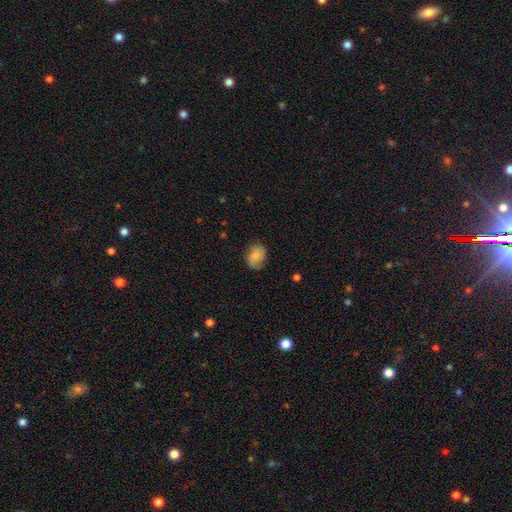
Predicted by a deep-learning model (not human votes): A smooth galaxy with no disk features (72%) that is in between round and cigar-shaped (60%).

Vote fractions:
- Smooth or featured? smooth: 72% / featured or disk: 20% / star or artifact: 8%
- How rounded? in between: 60% / round: 39% / cigar-shaped: 1%
- Merging? none: 67% / minor disturbance: 24% / major disturbance: 7% / merger: 1%